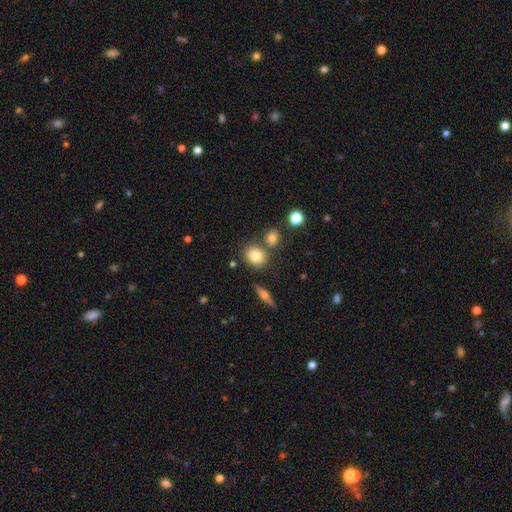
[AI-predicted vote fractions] The model was most divided on "how rounded": round: 60%, in between: 38%, cigar-shaped: 2%. More confident: smooth or featured — smooth (80%); merging — none (69%).